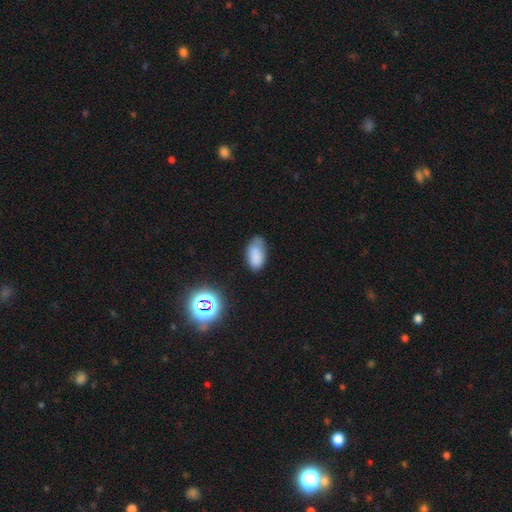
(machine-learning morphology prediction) type=smooth (80%); roundness=in between (93%); merging=none (59%).